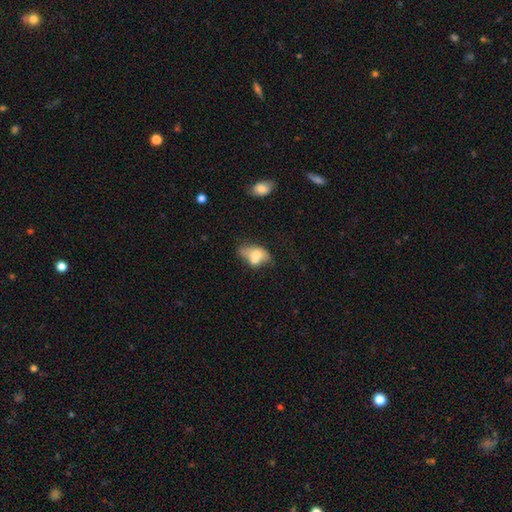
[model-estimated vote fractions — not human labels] Smooth or featured: smooth — 63% (featured or disk — 29%)
How rounded: in between — 83% (round — 14%)
Merging: merger — 47% (none — 29%)